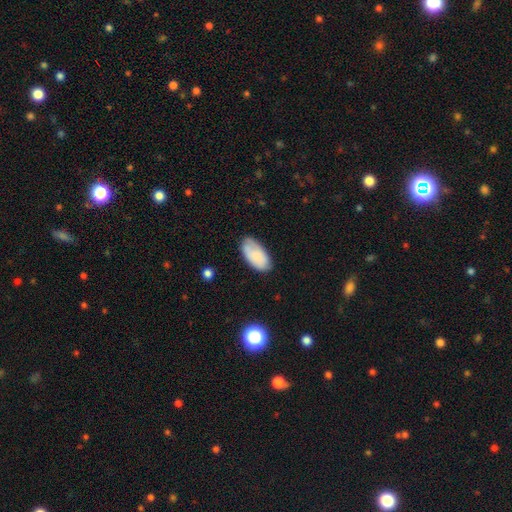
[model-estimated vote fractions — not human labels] Smooth or featured?
  - smooth: 80% *
  - featured or disk: 14%
  - star or artifact: 7%
How rounded?
  - in between: 95% *
  - round: 2%
  - cigar-shaped: 2%
Merging?
  - none: 75% *
  - minor disturbance: 19%
  - major disturbance: 4%
  - merger: 2%